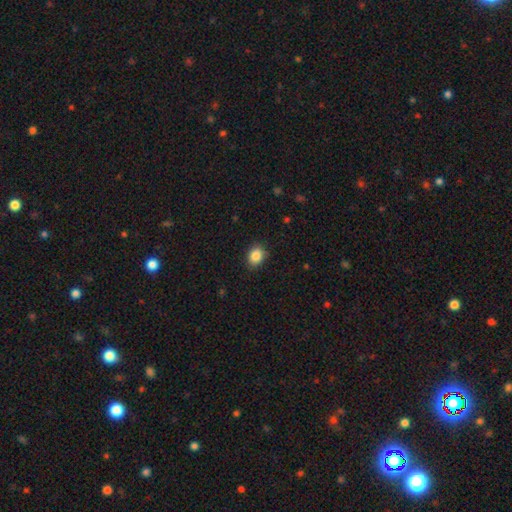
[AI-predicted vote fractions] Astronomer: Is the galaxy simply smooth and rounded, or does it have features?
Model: smooth — 87%.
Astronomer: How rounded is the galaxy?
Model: in between — 54% (runner-up: round, 45%).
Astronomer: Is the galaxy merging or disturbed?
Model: none — 86%.